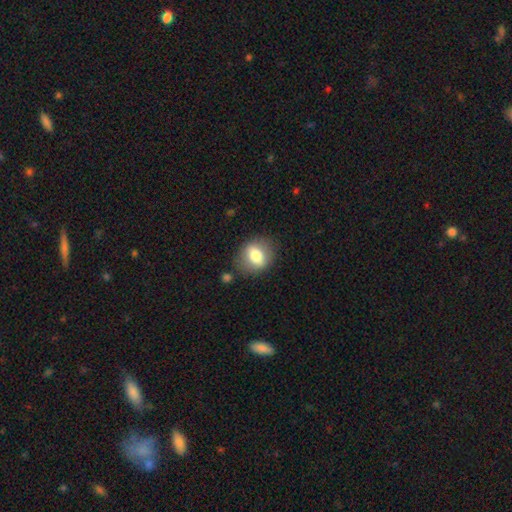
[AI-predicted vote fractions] smooth_or_featured: smooth (p=0.69) [alt: featured or disk p=0.22]
how_rounded: in between (p=0.50) [alt: round p=0.48]
merging: none (p=0.80) [alt: minor disturbance p=0.12]